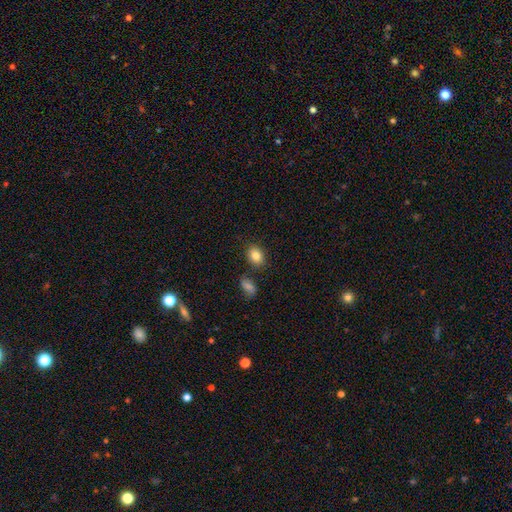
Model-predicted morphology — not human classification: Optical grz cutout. It shows a smooth galaxy with no disk features (84%) that is in between round and cigar-shaped (67%). Merging: none (80%).